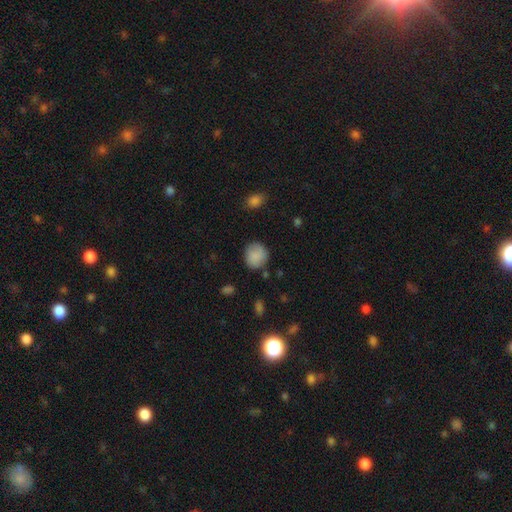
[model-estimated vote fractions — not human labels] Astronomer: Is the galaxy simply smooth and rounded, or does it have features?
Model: smooth — 84%.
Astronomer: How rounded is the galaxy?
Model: round — 79%.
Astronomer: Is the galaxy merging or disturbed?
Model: none — 76%.